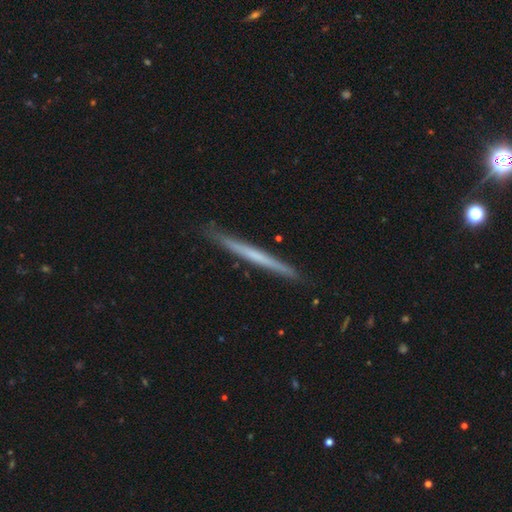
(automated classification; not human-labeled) Smooth or featured? Predicted: featured or disk (p=0.50). Edge-on disk? Predicted: yes (p=0.97). Merging? Predicted: none (p=0.90).